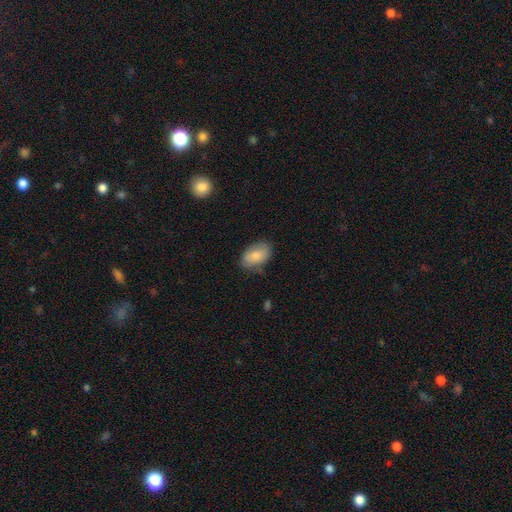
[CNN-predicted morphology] A smooth galaxy with no disk features (79%) that is in between round and cigar-shaped (91%).

Vote fractions:
- Smooth or featured? smooth: 79% / featured or disk: 14% / star or artifact: 7%
- How rounded? in between: 91% / round: 8% / cigar-shaped: 1%
- Merging? none: 74% / minor disturbance: 20% / major disturbance: 4% / merger: 2%